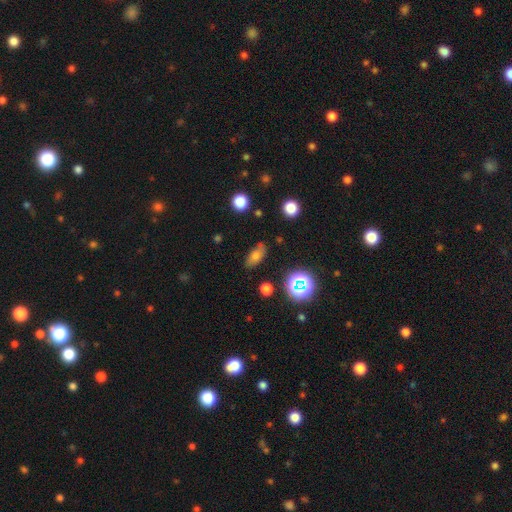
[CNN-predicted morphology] smooth_or_featured: smooth (p=0.69) [alt: featured or disk p=0.16]
how_rounded: in between (p=0.78) [alt: cigar-shaped p=0.14]
merging: none (p=0.77) [alt: minor disturbance p=0.16]